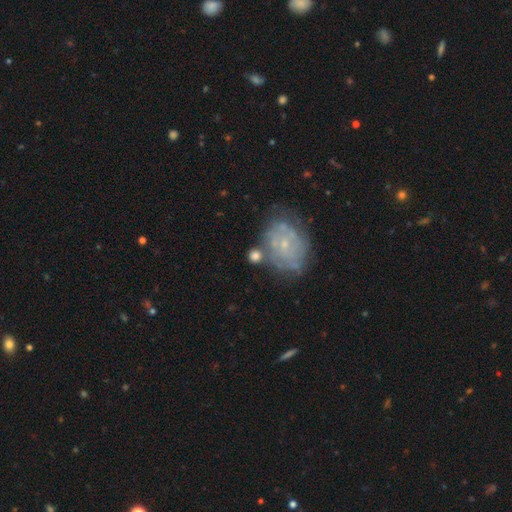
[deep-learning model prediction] Smooth or featured? Predicted: smooth (p=0.54). How rounded? Predicted: round (p=0.73). Merging? Predicted: none (p=0.54).